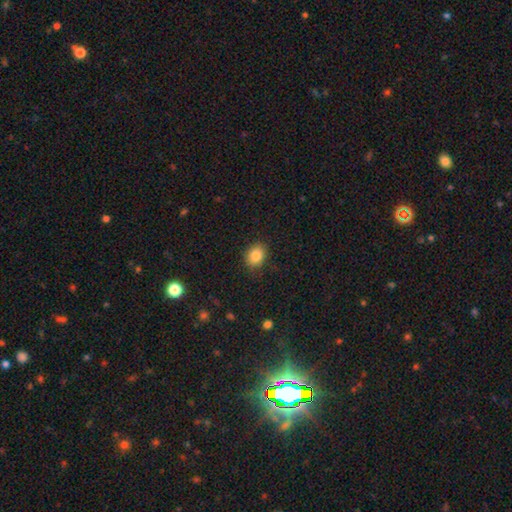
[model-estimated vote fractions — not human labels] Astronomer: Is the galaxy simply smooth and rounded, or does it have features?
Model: smooth — 85%.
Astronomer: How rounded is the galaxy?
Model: in between — 57% (runner-up: round, 42%).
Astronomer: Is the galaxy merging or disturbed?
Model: none — 86%.